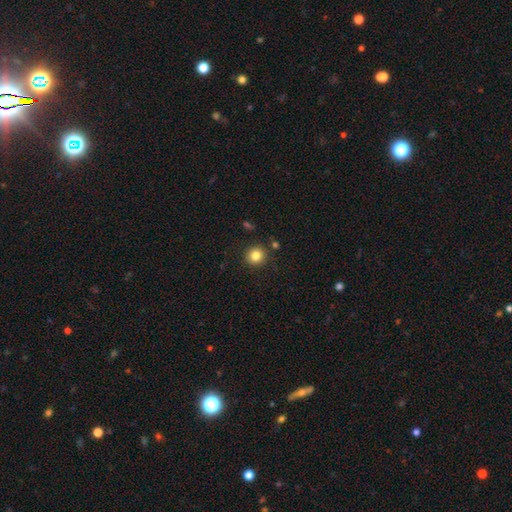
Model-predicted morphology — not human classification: Smooth or featured: smooth — 83% (star or artifact — 11%)
How rounded: round — 92% (in between — 7%)
Merging: none — 89% (minor disturbance — 6%)